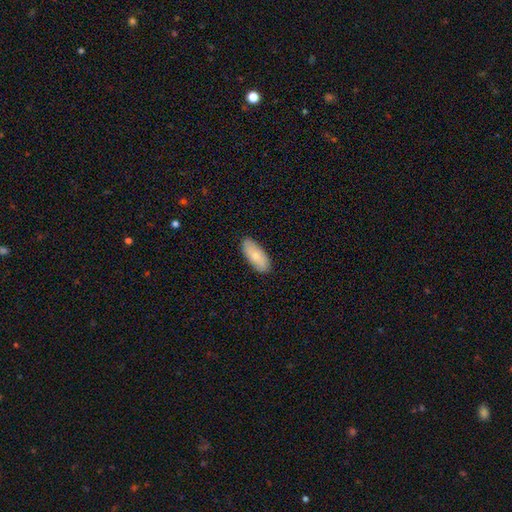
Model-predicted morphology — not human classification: Smooth or featured? smooth (79%)
How rounded? in between (82%)
Merging? none (88%)